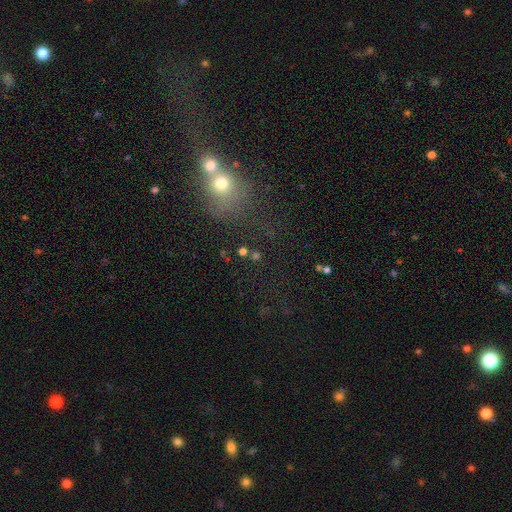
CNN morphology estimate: This is possibly a smooth galaxy (49%). Merging: possibly none (51%).